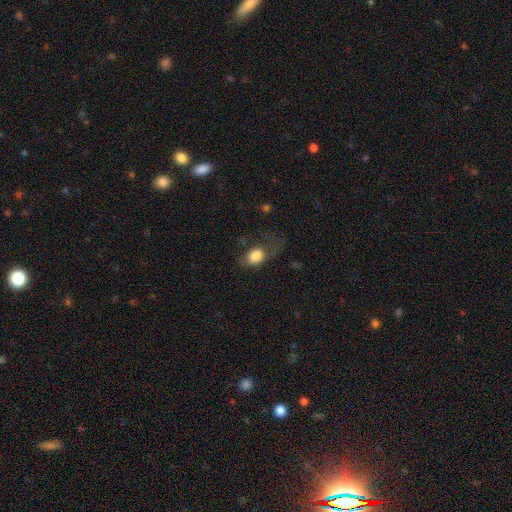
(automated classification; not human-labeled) Q: Smooth or featured?
A: smooth (82%); runner-up: featured or disk (10%)
Q: How rounded?
A: in between (65%); runner-up: round (33%)
Q: Merging?
A: none (39%); runner-up: major disturbance (34%)